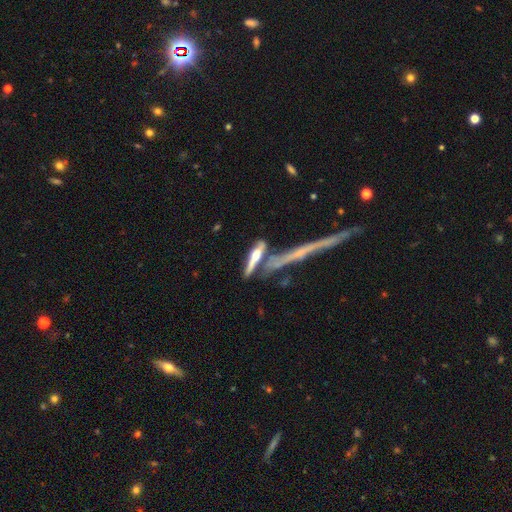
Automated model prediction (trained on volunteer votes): The model was most divided on "merging": none: 44%, merger: 33%, minor disturbance: 15%, major disturbance: 8%. More confident: edge-on disk — yes (86%); smooth or featured — featured or disk (52%).